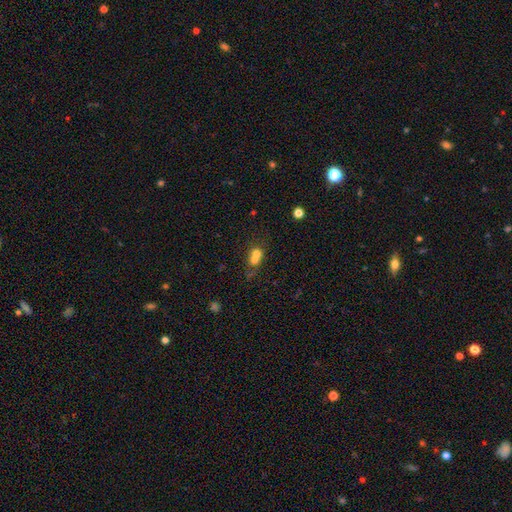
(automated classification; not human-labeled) The model was most divided on "smooth or featured": smooth: 65%, featured or disk: 21%, star or artifact: 14%. More confident: how rounded — round (73%); merging — merger (68%).